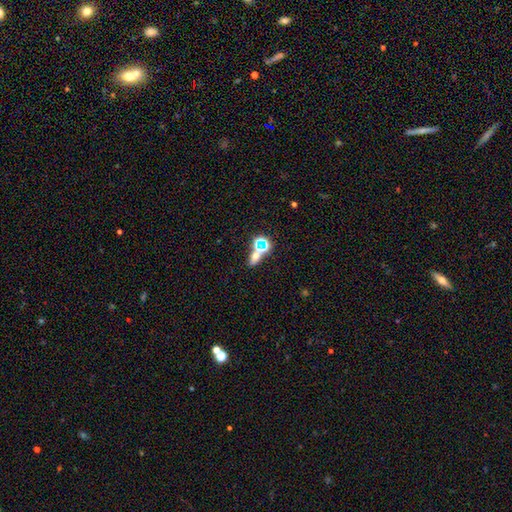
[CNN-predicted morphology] Smooth or featured? Predicted: smooth (p=0.50). How rounded? Predicted: in between (p=0.60). Merging? Predicted: none (p=0.51).